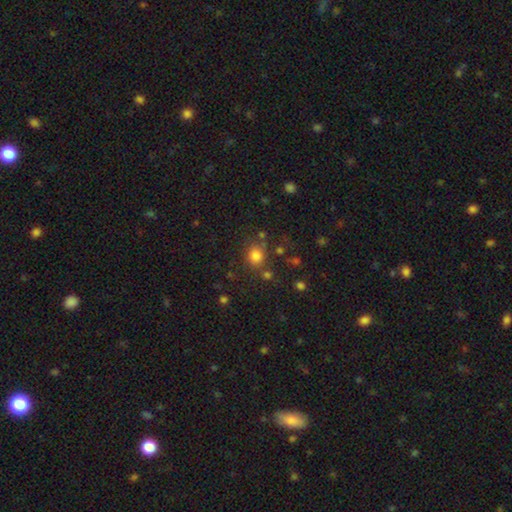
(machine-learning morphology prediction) A smooth galaxy with no disk features (79%) that is round (78%). Merging: none (74%).